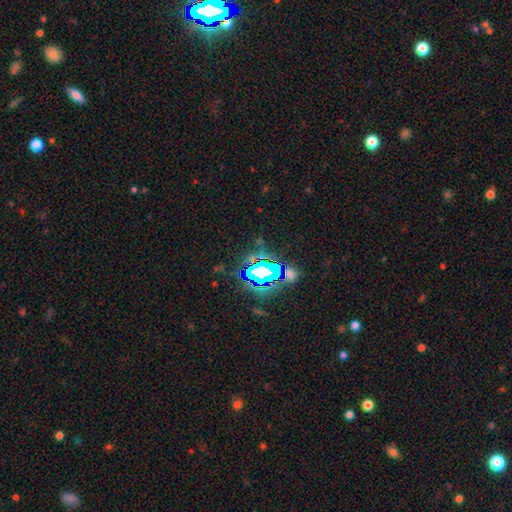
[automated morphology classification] smooth_or_featured: star or artifact (p=0.74) [alt: smooth p=0.17]